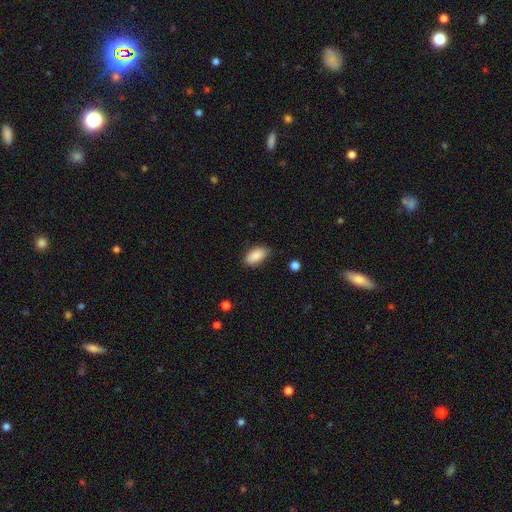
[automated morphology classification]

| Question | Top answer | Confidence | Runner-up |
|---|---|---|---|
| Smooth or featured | smooth | 88% | star or artifact (7%) |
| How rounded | in between | 93% | round (4%) |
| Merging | none | 79% | minor disturbance (16%) |